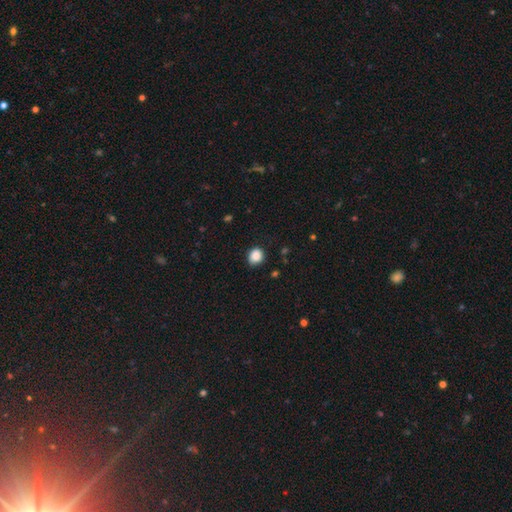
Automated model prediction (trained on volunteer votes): This is clearly a smooth galaxy (87%). How rounded: likely round (76%). Merging: clearly none (83%).